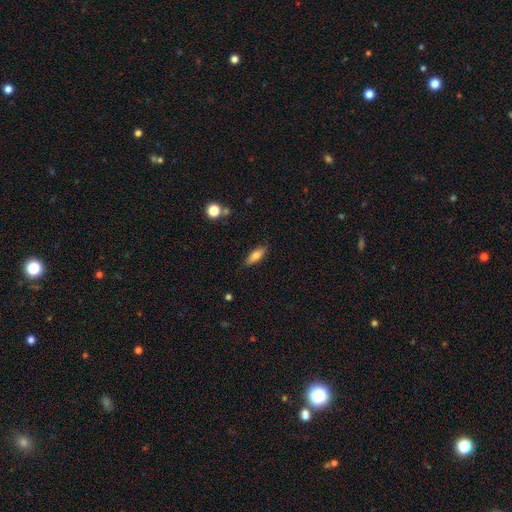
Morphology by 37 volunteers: This is likely a smooth galaxy (76%). How rounded: likely in between (68%). Merging: clearly none (89%).